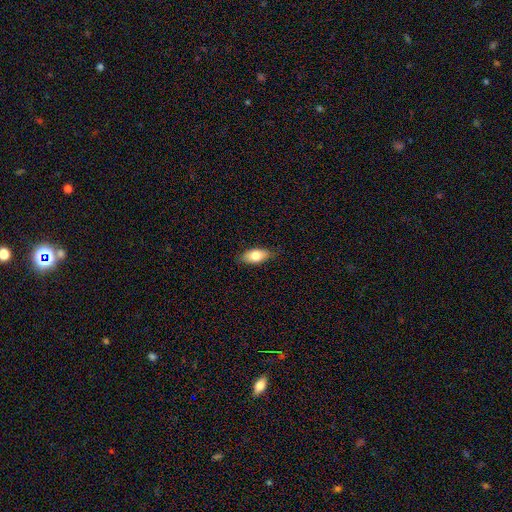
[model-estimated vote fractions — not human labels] Morphology: type=smooth (77%); roundness=in between (87%); merging=none (82%).